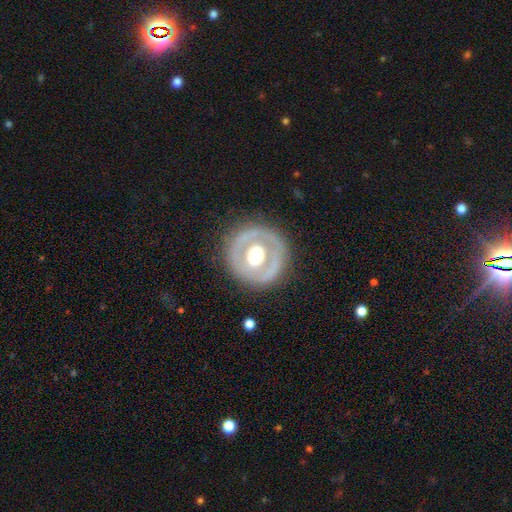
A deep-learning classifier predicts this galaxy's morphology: This appears to be a featured or disk galaxy (62%) with no bar (72%), no spiral arms (83%) and a moderate central bulge (54%). Merging: none (80%).